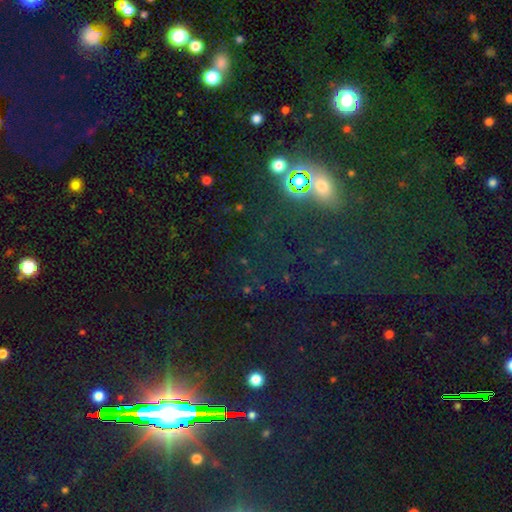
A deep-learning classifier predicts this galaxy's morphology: Overall: star or artifact (64%).